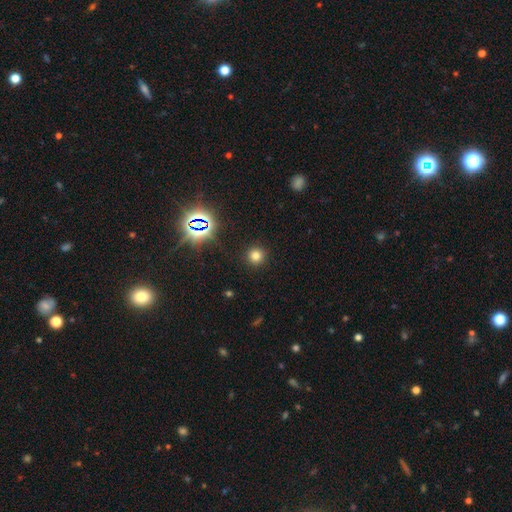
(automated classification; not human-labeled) smooth-or-featured: smooth: 74% | star or artifact: 20% | featured or disk: 6%
  how-rounded: round: 94% | in between: 5% | cigar-shaped: 1%
  merging: none: 92% | minor disturbance: 5% | major disturbance: 2% | merger: 1%